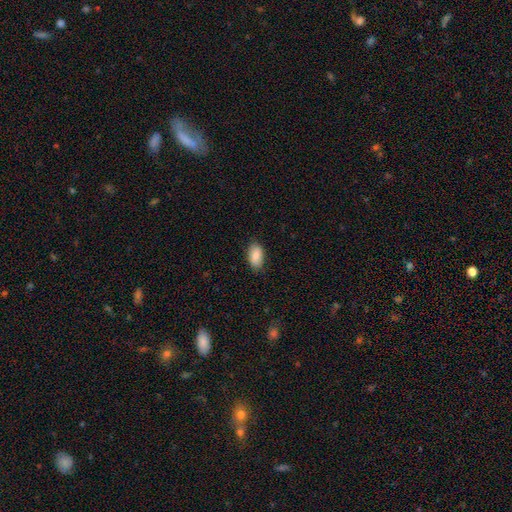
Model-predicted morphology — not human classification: Q: Smooth or featured?
A: smooth (86%); runner-up: featured or disk (8%)
Q: How rounded?
A: in between (94%); runner-up: round (4%)
Q: Merging?
A: none (84%); runner-up: minor disturbance (13%)